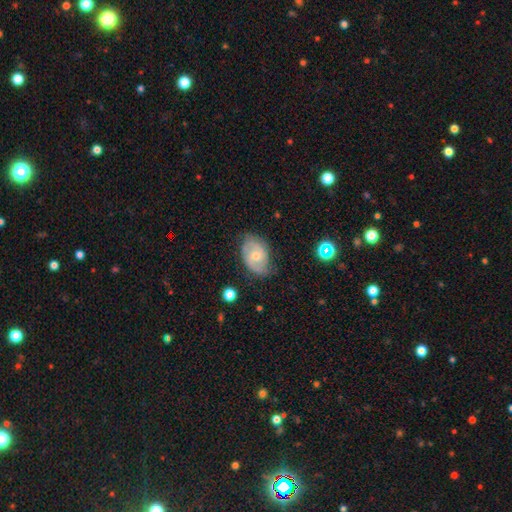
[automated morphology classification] smooth-or-featured: featured or disk: 54% | smooth: 39% | star or artifact: 7%
  disk-edge-on: no: 95% | yes: 5%
    bar: no: 70% | weak: 26% | strong: 4%
    has-spiral-arms: yes: 73% | no: 27%
    bulge-size: moderate: 53% | small: 43% | large: 2% | none: 1% | dominant: 1%
  merging: none: 64% | minor disturbance: 27% | major disturbance: 7% | merger: 2%